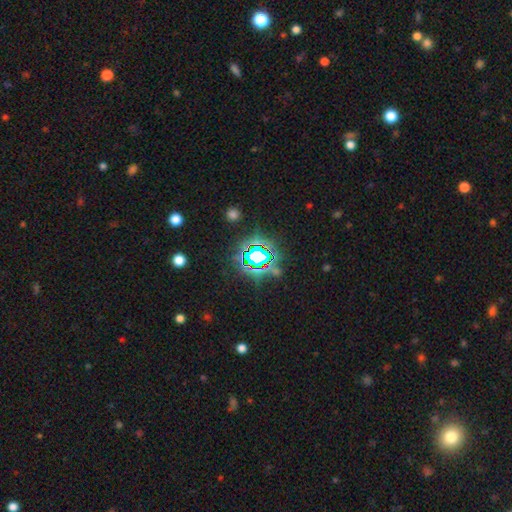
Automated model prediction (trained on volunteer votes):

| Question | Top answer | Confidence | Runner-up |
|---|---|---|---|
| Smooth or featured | star or artifact | 79% | smooth (13%) |